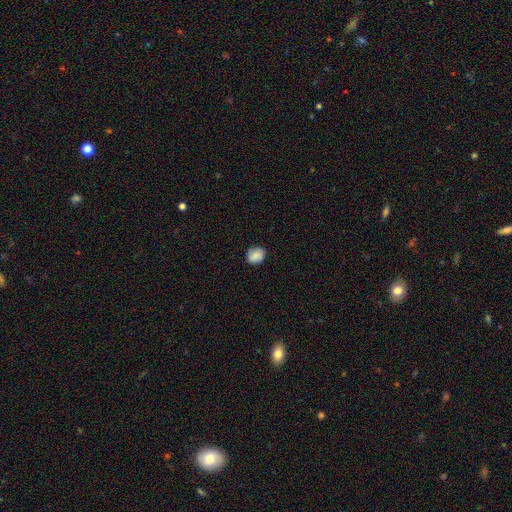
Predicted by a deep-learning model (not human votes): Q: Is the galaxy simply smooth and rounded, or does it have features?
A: smooth — 83%.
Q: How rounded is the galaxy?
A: round — 63%.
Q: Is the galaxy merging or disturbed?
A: none — 82%.